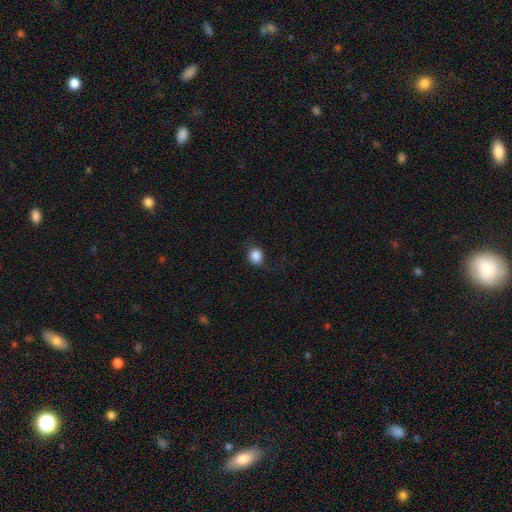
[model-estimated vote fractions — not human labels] The model was most divided on "how rounded": round: 79%, in between: 20%, cigar-shaped: 1%. More confident: smooth or featured — smooth (86%); merging — none (79%).